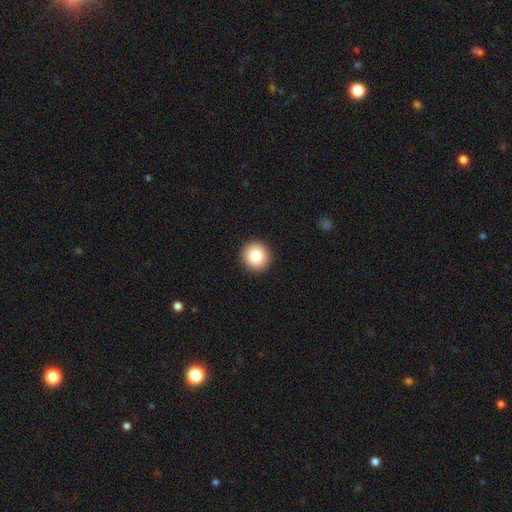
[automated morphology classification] A smooth galaxy with no disk features (83%) that is round (93%).

Vote fractions:
- Smooth or featured? smooth: 83% / star or artifact: 9% / featured or disk: 8%
- How rounded? round: 93% / in between: 6% / cigar-shaped: 1%
- Merging? none: 93% / minor disturbance: 4% / major disturbance: 1% / merger: 1%